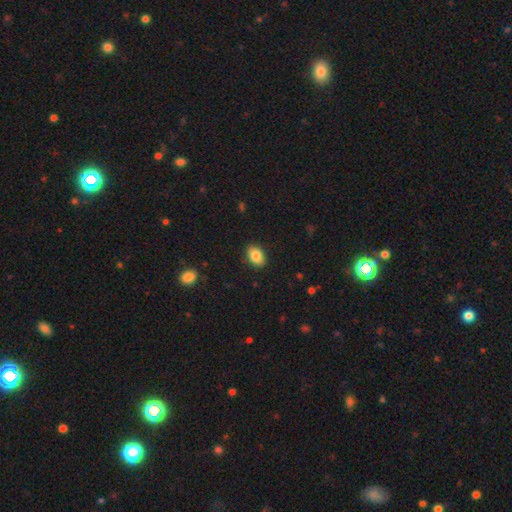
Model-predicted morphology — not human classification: type=smooth (85%); roundness=in between (83%); merging=none (87%).